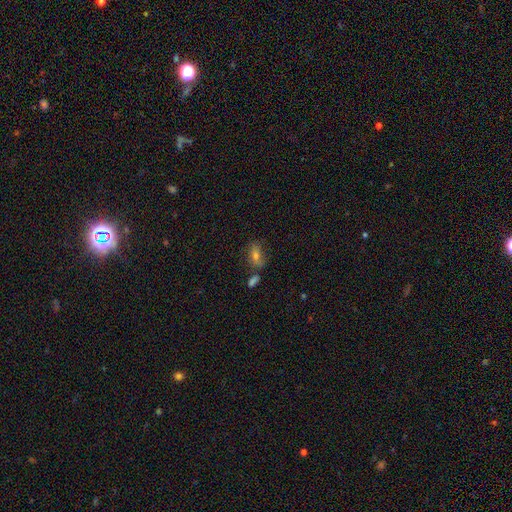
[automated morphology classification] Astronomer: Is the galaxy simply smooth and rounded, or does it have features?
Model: smooth — 51% (runner-up: featured or disk, 31%).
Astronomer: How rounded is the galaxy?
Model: in between — 80%.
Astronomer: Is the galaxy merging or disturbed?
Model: none — 63%.